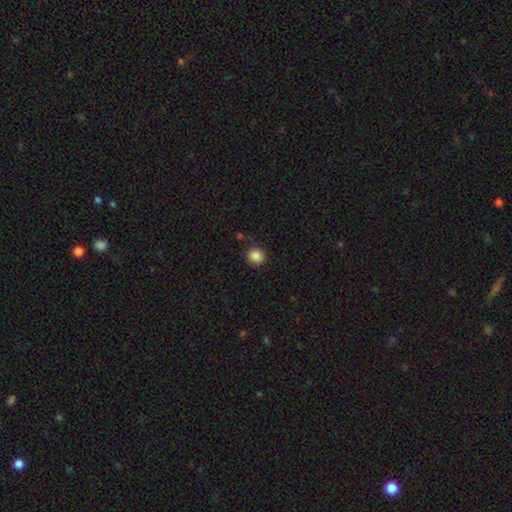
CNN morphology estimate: smooth 87%, star or artifact 10%, featured or disk 3%. Down the decision tree: how rounded — round (90%); merging — none (89%).